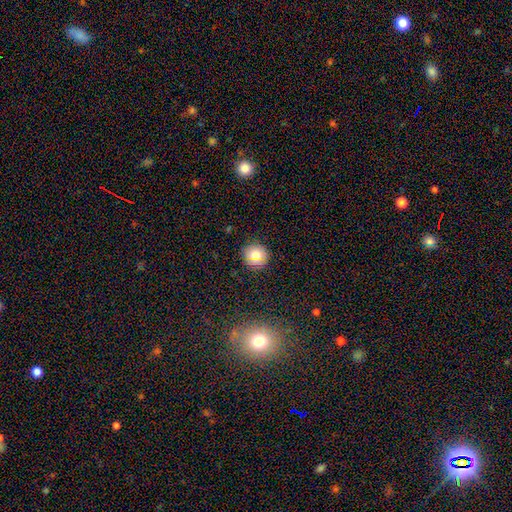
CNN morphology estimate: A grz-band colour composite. It shows a smooth galaxy with no disk features (77%) that is round (93%). Merging: none (89%).